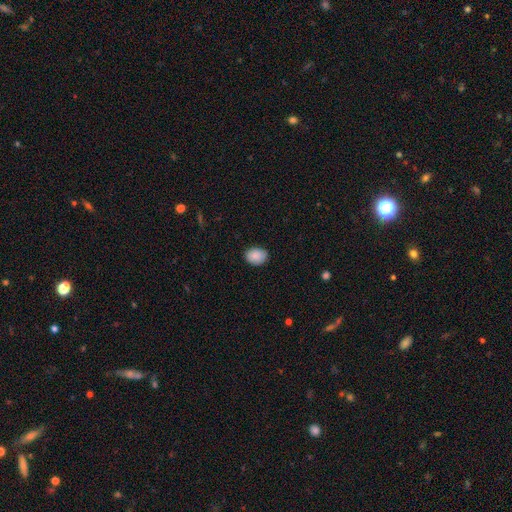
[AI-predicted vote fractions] smooth 89%, star or artifact 7%, featured or disk 4%. Down the decision tree: how rounded — in between (66%); merging — none (85%).